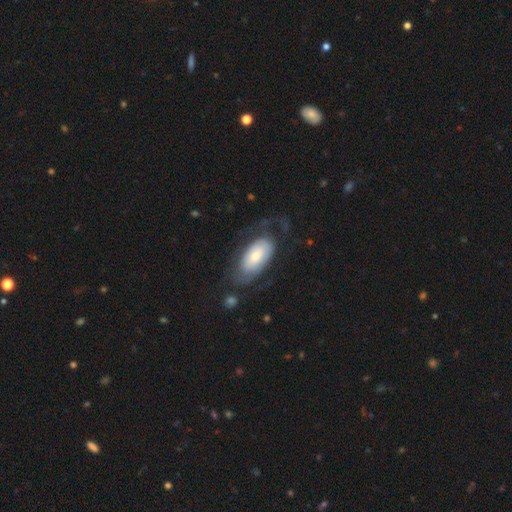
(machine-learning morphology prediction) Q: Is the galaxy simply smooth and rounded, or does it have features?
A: smooth — 53%.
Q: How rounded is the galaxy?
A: in between — 93%.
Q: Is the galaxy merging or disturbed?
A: none — 49%.